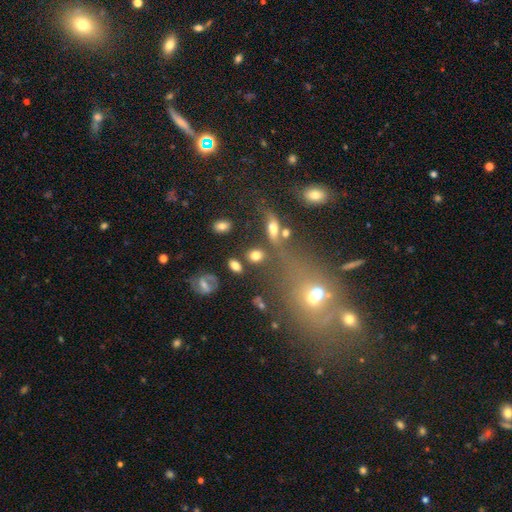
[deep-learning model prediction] A smooth galaxy with no disk features (73%) that is in between round and cigar-shaped (65%).

Vote fractions:
- Smooth or featured? smooth: 73% / featured or disk: 14% / star or artifact: 13%
- How rounded? in between: 65% / round: 29% / cigar-shaped: 6%
- Merging? none: 65% / merger: 15% / minor disturbance: 13% / major disturbance: 7%